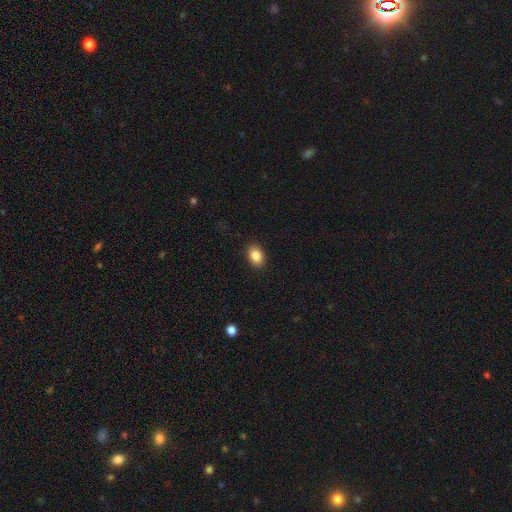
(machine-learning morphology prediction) type=smooth (87%); roundness=in between (79%); merging=none (89%).